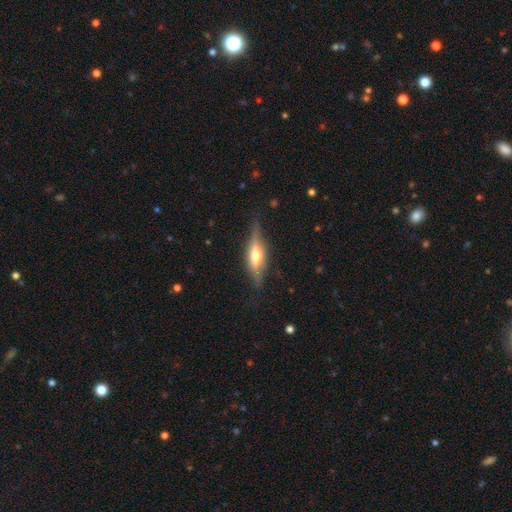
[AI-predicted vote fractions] This appears to be a featured or disk galaxy (62%) viewed edge-on (91%) with a rounded central bulge (84%). Merging: none (78%).